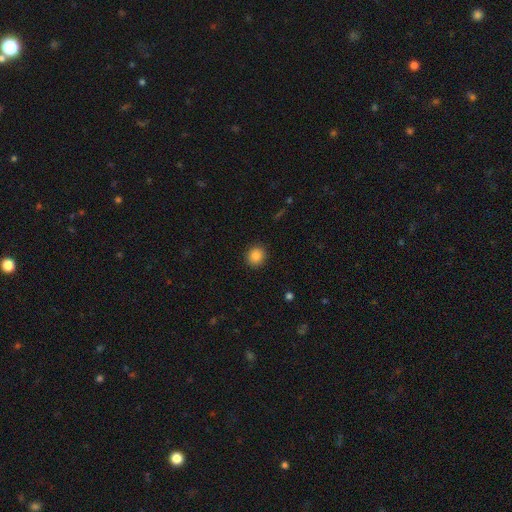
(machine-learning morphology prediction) smooth_or_featured: smooth (p=0.87) [alt: star or artifact p=0.10]
how_rounded: round (p=0.83) [alt: in between p=0.16]
merging: none (p=0.91) [alt: minor disturbance p=0.06]